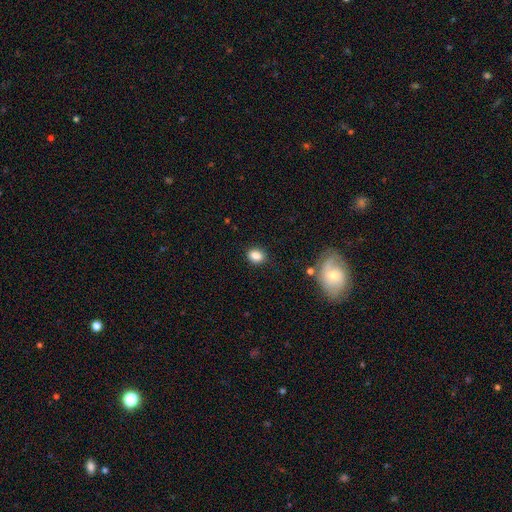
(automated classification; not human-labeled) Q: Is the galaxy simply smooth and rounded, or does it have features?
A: smooth — 85%.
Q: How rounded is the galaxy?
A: in between — 61%.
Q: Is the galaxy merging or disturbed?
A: none — 86%.